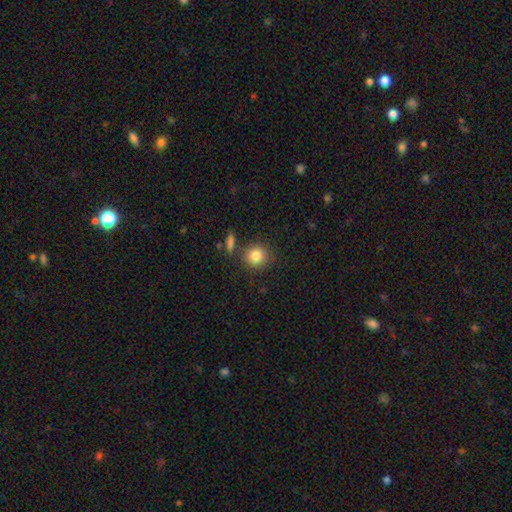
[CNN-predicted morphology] smooth 85%, star or artifact 9%, featured or disk 6%. Down the decision tree: how rounded — round (88%); merging — none (81%).